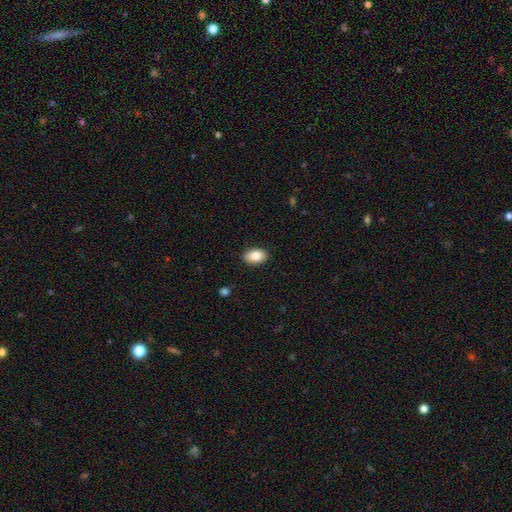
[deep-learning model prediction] Morphology: type=smooth (86%); roundness=in between (91%); merging=none (89%).